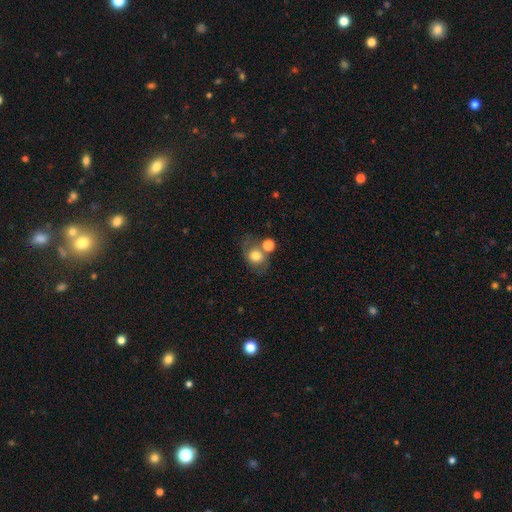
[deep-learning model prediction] Smooth or featured?
  - smooth: 71% *
  - featured or disk: 19%
  - star or artifact: 10%
How rounded?
  - round: 54% *
  - in between: 44%
  - cigar-shaped: 1%
Merging?
  - none: 51% *
  - merger: 26%
  - minor disturbance: 15%
  - major disturbance: 8%